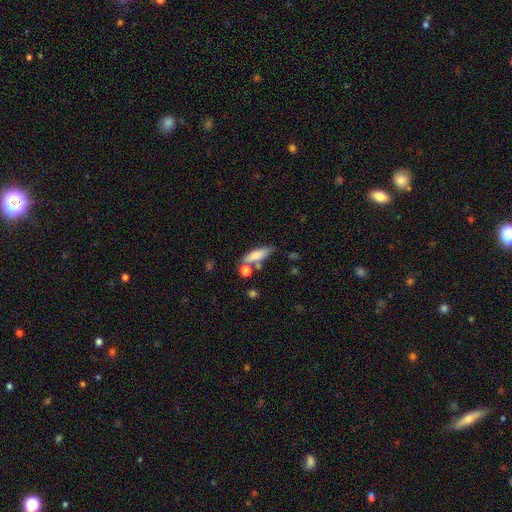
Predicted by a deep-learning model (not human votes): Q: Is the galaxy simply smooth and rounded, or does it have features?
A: smooth — 78%.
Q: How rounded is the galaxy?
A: cigar-shaped — 49%.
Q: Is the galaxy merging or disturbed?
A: none — 58%.